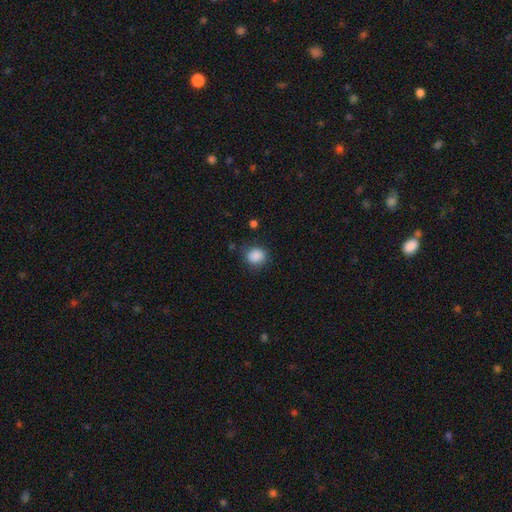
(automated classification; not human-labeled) Morphology: type=smooth (88%); roundness=round (65%); merging=none (78%).